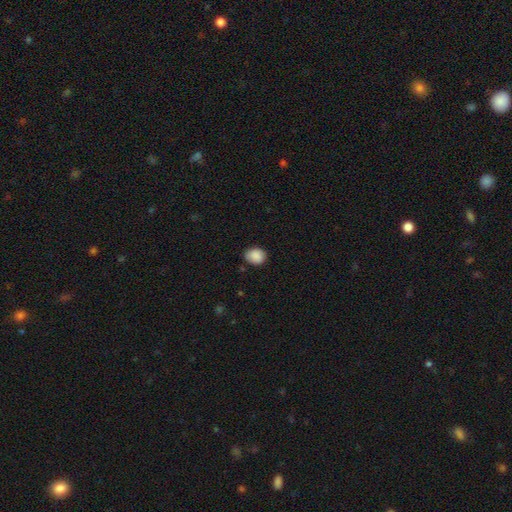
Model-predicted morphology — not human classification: smooth_or_featured: smooth (p=0.88) [alt: star or artifact p=0.08]
how_rounded: in between (p=0.53) [alt: round p=0.46]
merging: none (p=0.76) [alt: minor disturbance p=0.19]